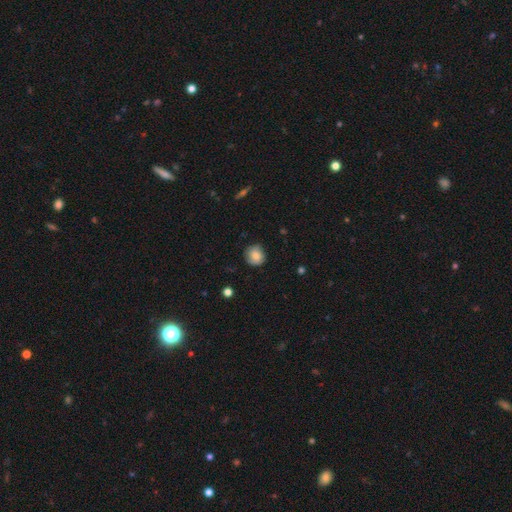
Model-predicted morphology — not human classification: Smooth or featured?
  - smooth: 77% *
  - featured or disk: 14%
  - star or artifact: 8%
How rounded?
  - round: 87% *
  - in between: 12%
  - cigar-shaped: 1%
Merging?
  - none: 75% *
  - minor disturbance: 19%
  - major disturbance: 4%
  - merger: 1%